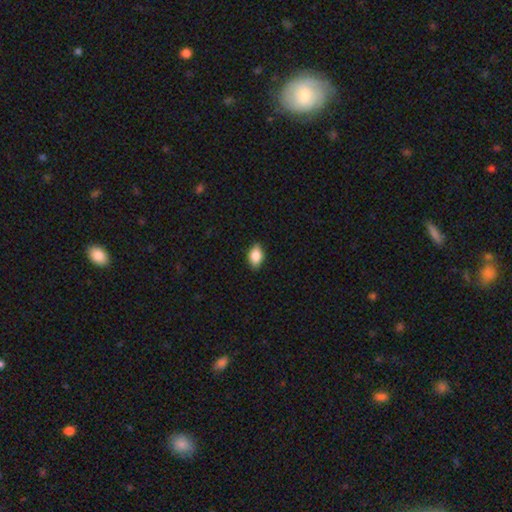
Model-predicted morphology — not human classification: smooth 83%, featured or disk 10%, star or artifact 8%. Down the decision tree: how rounded — in between (86%); merging — none (85%).